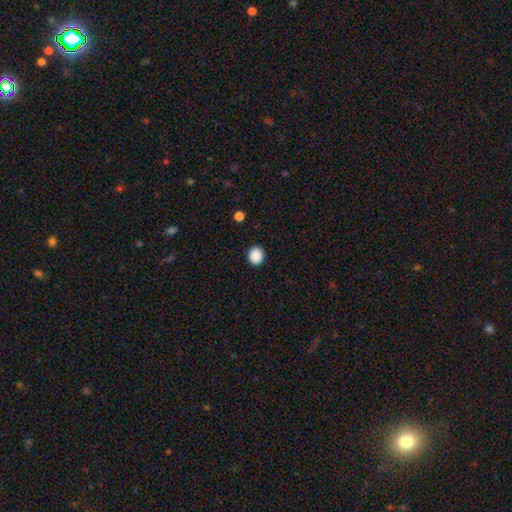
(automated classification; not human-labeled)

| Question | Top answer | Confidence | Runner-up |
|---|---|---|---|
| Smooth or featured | smooth | 89% | star or artifact (9%) |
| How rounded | round | 82% | in between (17%) |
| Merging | none | 92% | minor disturbance (5%) |